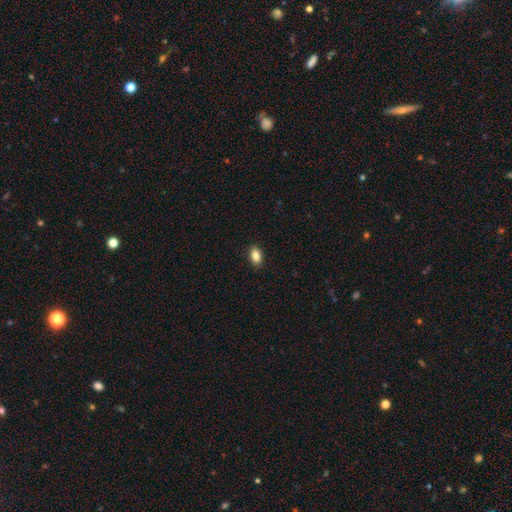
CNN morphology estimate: Smooth or featured? Predicted: smooth (p=0.87). How rounded? Predicted: in between (p=0.88). Merging? Predicted: none (p=0.89).